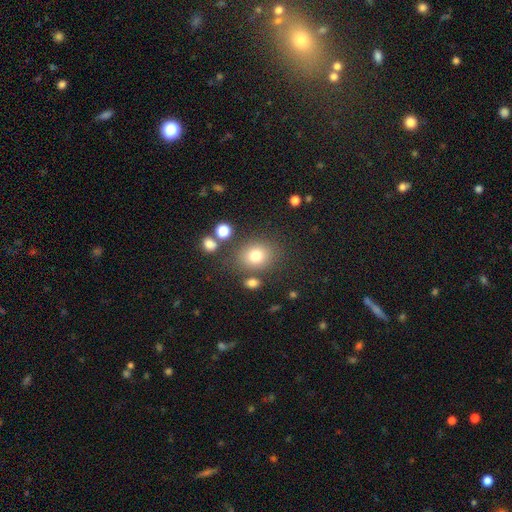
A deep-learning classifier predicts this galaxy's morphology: Overall: smooth (76%). How rounded: round (64%; in between 35%). Merging: none (75%).